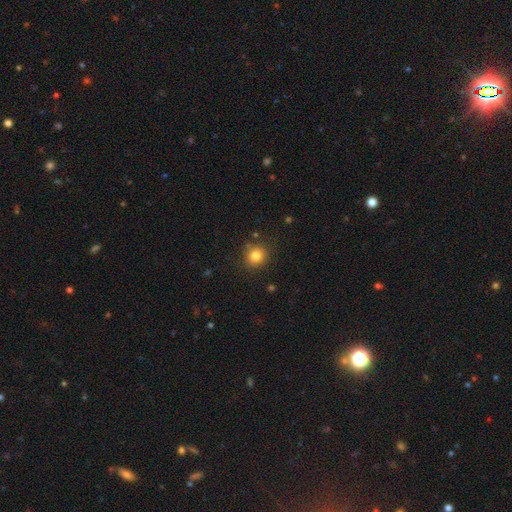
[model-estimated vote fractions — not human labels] Smooth or featured: smooth — 82% (star or artifact — 12%)
How rounded: round — 86% (in between — 13%)
Merging: none — 85% (minor disturbance — 10%)